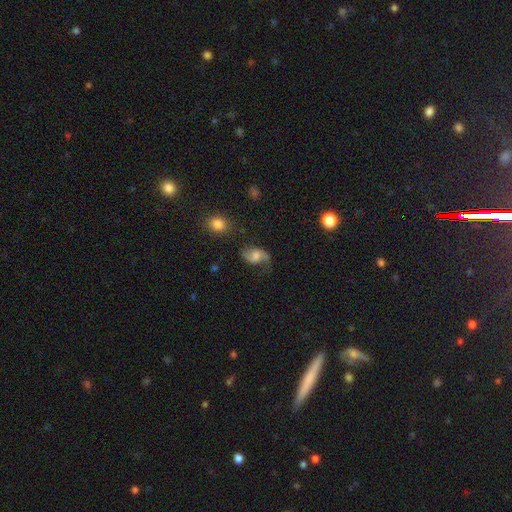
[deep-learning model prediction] Smooth or featured? featured or disk (60%)
Edge-on disk? no (97%)
Bar? no (55%)
Spiral arms? yes (90%)
Spiral winding? loose (69%)
Spiral arm count? 2 (80%)
Bulge size? moderate (46%)
Merging? none (53%)